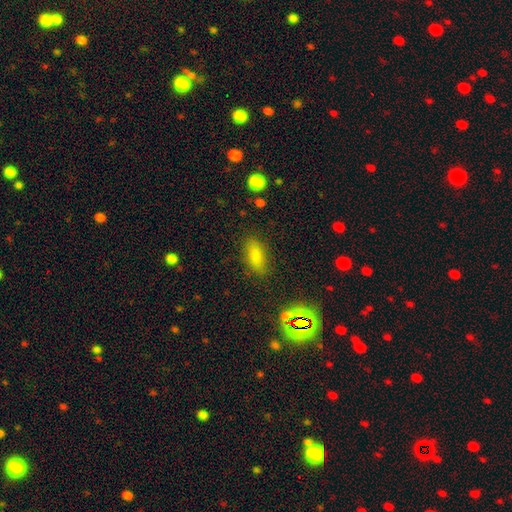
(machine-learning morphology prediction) The model was most divided on "how rounded": in between: 76%, cigar-shaped: 18%, round: 5%. More confident: merging — none (84%); smooth or featured — smooth (76%).